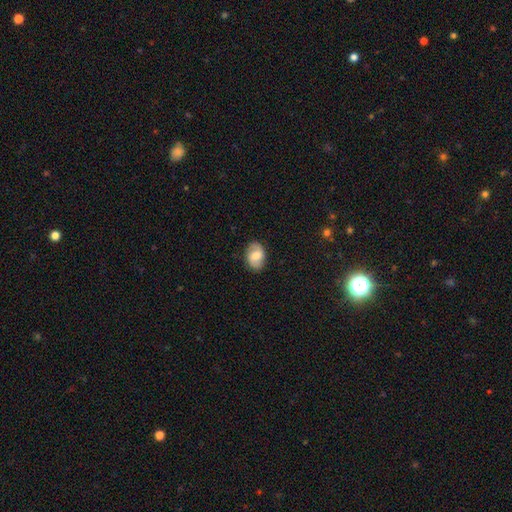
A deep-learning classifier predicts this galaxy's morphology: A smooth galaxy with no disk features (47%).

Vote fractions:
- Smooth or featured? smooth: 47% / featured or disk: 46% / star or artifact: 7%
- Merging? none: 84% / minor disturbance: 12% / major disturbance: 3% / merger: 1%